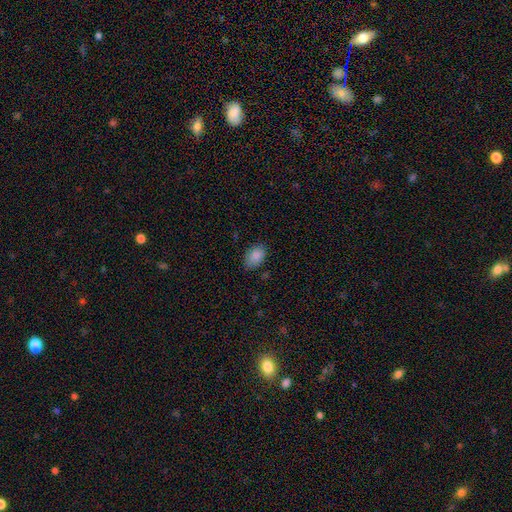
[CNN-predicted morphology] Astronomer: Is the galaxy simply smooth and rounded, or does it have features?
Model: smooth — 87%.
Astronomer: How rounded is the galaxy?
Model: in between — 86%.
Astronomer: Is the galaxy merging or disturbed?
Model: none — 76%.